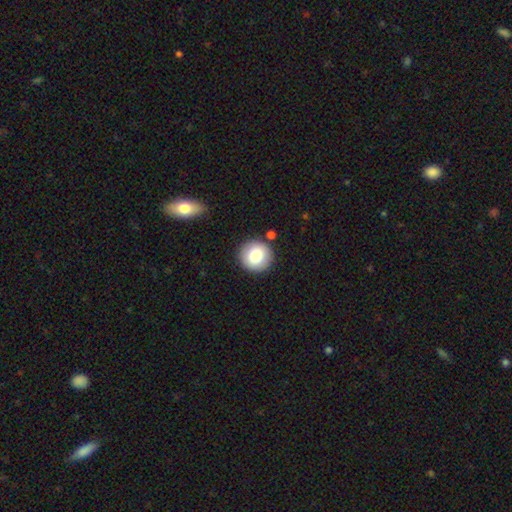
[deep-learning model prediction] Overall: smooth (82%). How rounded: round (93%). Merging: none (87%).